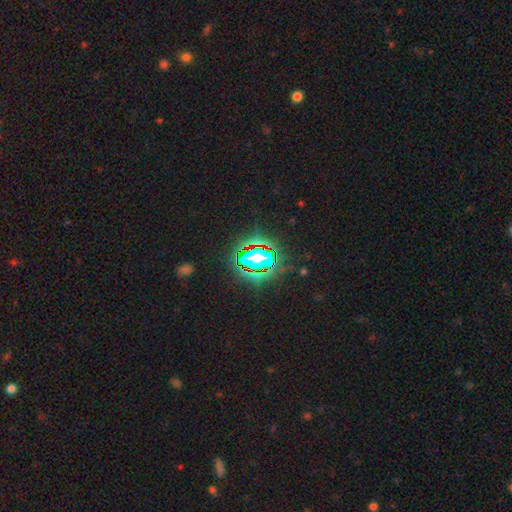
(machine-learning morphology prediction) This appears to be a star or artifact, not a galaxy (80%).